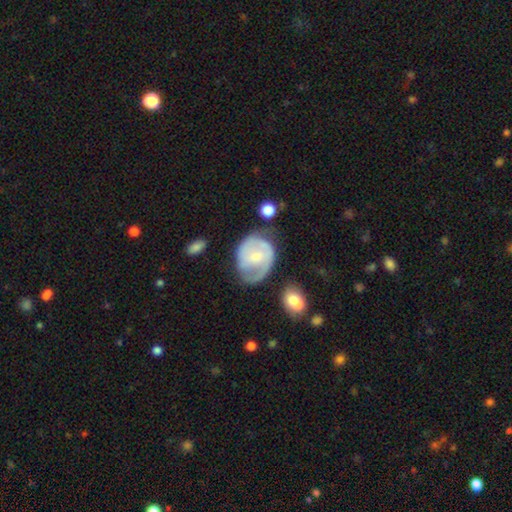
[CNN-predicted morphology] Q: Smooth or featured?
A: featured or disk (67%); runner-up: smooth (27%)
Q: Edge-on disk?
A: no (97%); runner-up: yes (3%)
Q: Bar?
A: no (45%); runner-up: weak (43%)
Q: Spiral arms?
A: yes (80%); runner-up: no (20%)
Q: Spiral winding?
A: tight (44%); runner-up: medium (39%)
Q: Spiral arm count?
A: 2 (55%); runner-up: can't tell (22%)
Q: Bulge size?
A: small (47%); runner-up: moderate (38%)
Q: Merging?
A: none (52%); runner-up: minor disturbance (27%)